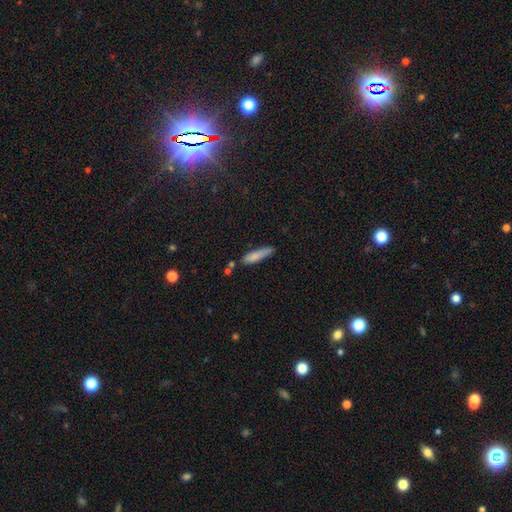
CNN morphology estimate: Smooth or featured?
  - smooth: 80% *
  - featured or disk: 13%
  - star or artifact: 7%
How rounded?
  - cigar-shaped: 78% *
  - in between: 21%
  - round: 2%
Merging?
  - none: 66% *
  - minor disturbance: 22%
  - merger: 7%
  - major disturbance: 4%